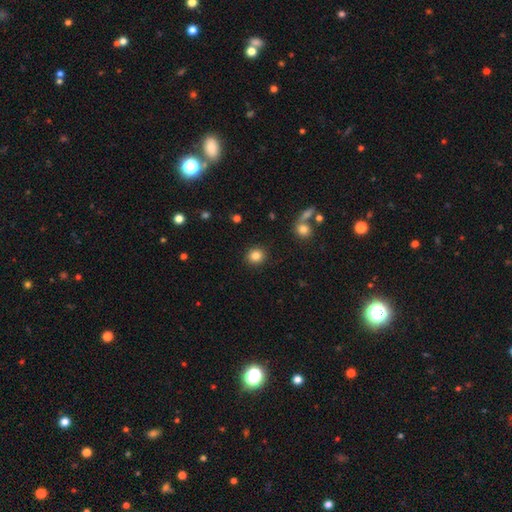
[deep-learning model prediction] smooth-or-featured: smooth: 84% | star or artifact: 10% | featured or disk: 6%
  how-rounded: round: 84% | in between: 15% | cigar-shaped: 1%
  merging: none: 91% | minor disturbance: 6% | major disturbance: 2% | merger: 2%